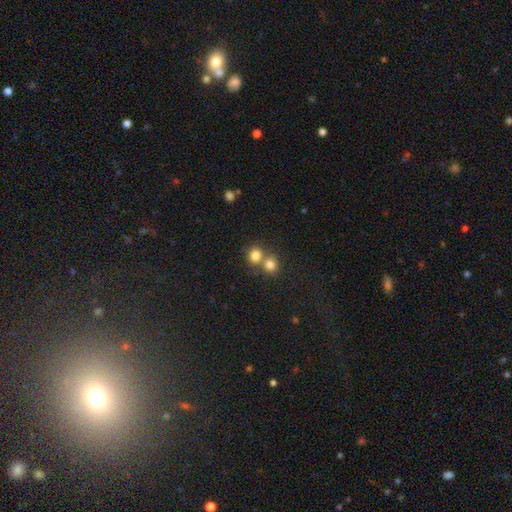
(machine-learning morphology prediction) Smooth or featured? Predicted: smooth (p=0.80). How rounded? Predicted: round (p=0.77). Merging? Predicted: merger (p=0.49).